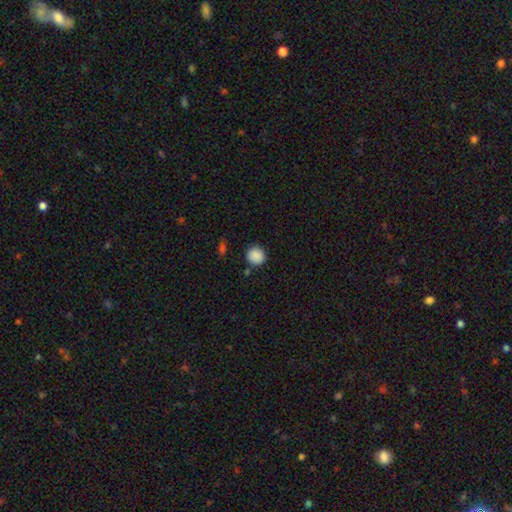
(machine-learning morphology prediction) smooth-or-featured: smooth: 88% | star or artifact: 9% | featured or disk: 3%
  how-rounded: round: 89% | in between: 10% | cigar-shaped: 1%
  merging: none: 83% | minor disturbance: 11% | merger: 4% | major disturbance: 3%